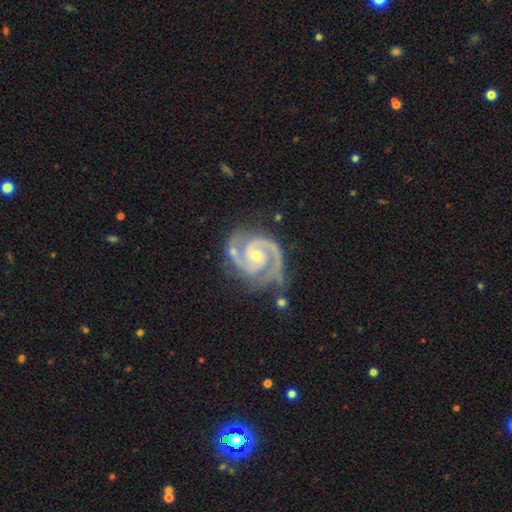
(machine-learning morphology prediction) smooth_or_featured: featured or disk (p=0.94) [alt: star or artifact p=0.04]
disk_edge_on: no (p=0.98) [alt: yes p=0.02]
bar: no (p=0.59) [alt: weak p=0.30]
has_spiral_arms: yes (p=0.99) [alt: no p=0.01]
spiral_winding: medium (p=0.49) [alt: tight p=0.46]
spiral_arm_count: 2 (p=0.89) [alt: 3 p=0.06]
bulge_size: small (p=0.56) [alt: moderate p=0.41]
merging: none (p=0.72) [alt: minor disturbance p=0.19]